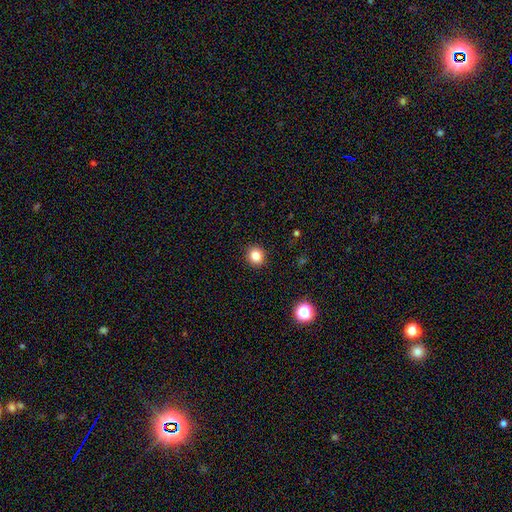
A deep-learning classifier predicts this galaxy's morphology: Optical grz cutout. It shows a smooth galaxy with no disk features (83%) that is round (89%). Merging: none (92%).